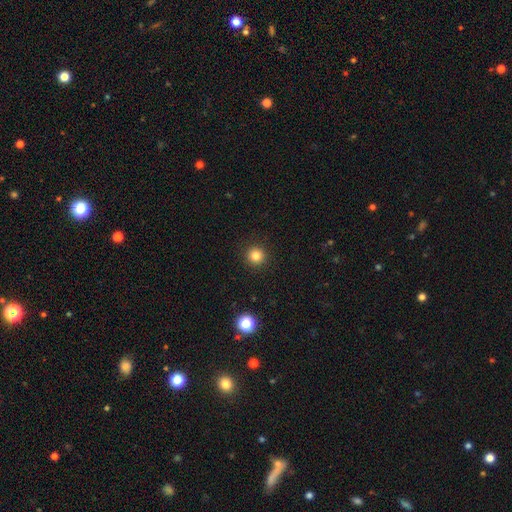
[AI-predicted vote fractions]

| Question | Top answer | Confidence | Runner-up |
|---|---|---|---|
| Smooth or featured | smooth | 83% | star or artifact (13%) |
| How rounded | round | 95% | in between (4%) |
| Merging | none | 93% | minor disturbance (5%) |